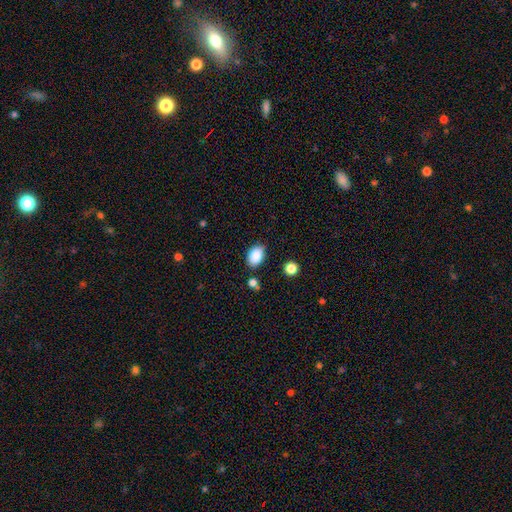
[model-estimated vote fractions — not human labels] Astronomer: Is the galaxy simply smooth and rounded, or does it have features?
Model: smooth — 87%.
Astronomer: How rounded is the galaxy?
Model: in between — 83%.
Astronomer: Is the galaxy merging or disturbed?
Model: none — 80%.